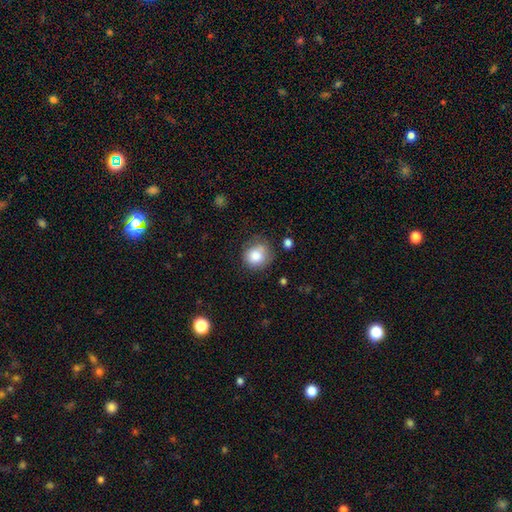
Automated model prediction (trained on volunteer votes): Smooth or featured? Predicted: smooth (p=0.82). How rounded? Predicted: round (p=0.83). Merging? Predicted: none (p=0.64).